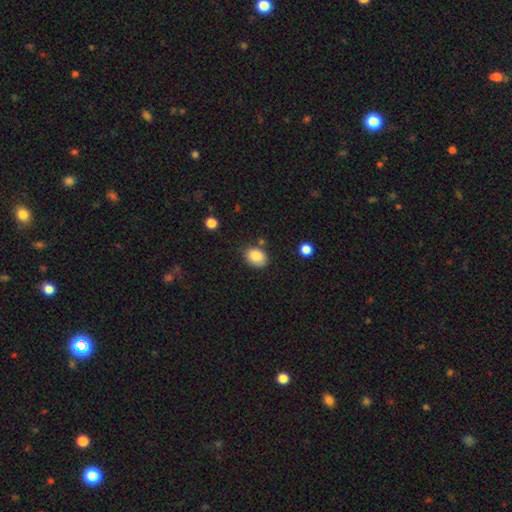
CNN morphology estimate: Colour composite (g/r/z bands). It shows a smooth galaxy with no disk features (86%) that is in between round and cigar-shaped (64%). Merging: none (73%).